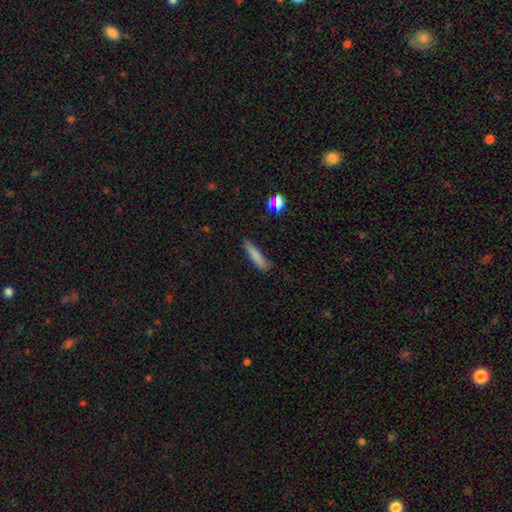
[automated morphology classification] smooth-or-featured: smooth: 80% | featured or disk: 11% | star or artifact: 9%
  how-rounded: cigar-shaped: 81% | in between: 17% | round: 2%
  merging: none: 71% | minor disturbance: 21% | major disturbance: 5% | merger: 2%